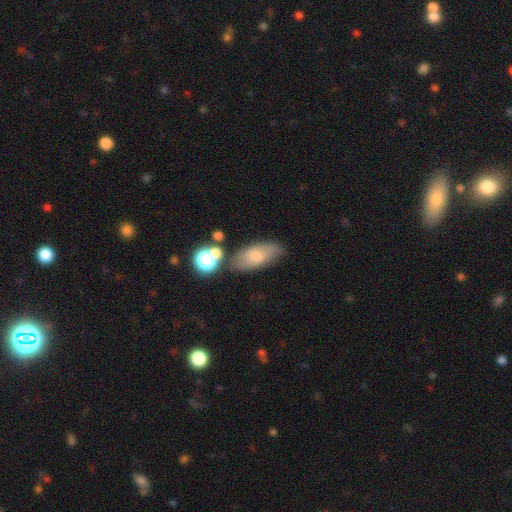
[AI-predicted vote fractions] Q: Smooth or featured?
A: smooth (68%); runner-up: featured or disk (22%)
Q: How rounded?
A: in between (84%); runner-up: cigar-shaped (10%)
Q: Merging?
A: none (67%); runner-up: minor disturbance (17%)